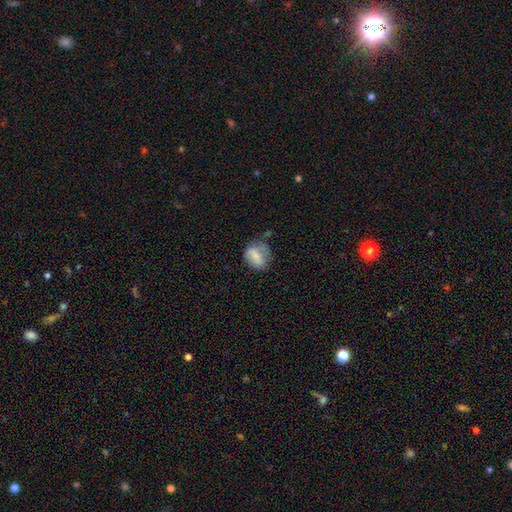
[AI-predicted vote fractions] smooth-or-featured: smooth: 68% | featured or disk: 23% | star or artifact: 9%
  how-rounded: in between: 56% | round: 41% | cigar-shaped: 2%
  merging: none: 45% | minor disturbance: 33% | major disturbance: 17% | merger: 5%